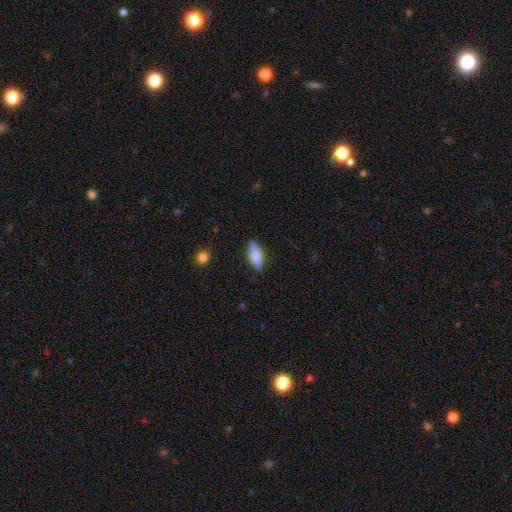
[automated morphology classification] Q: Smooth or featured?
A: smooth (56%); runner-up: featured or disk (37%)
Q: How rounded?
A: in between (54%); runner-up: cigar-shaped (43%)
Q: Merging?
A: none (84%); runner-up: minor disturbance (12%)